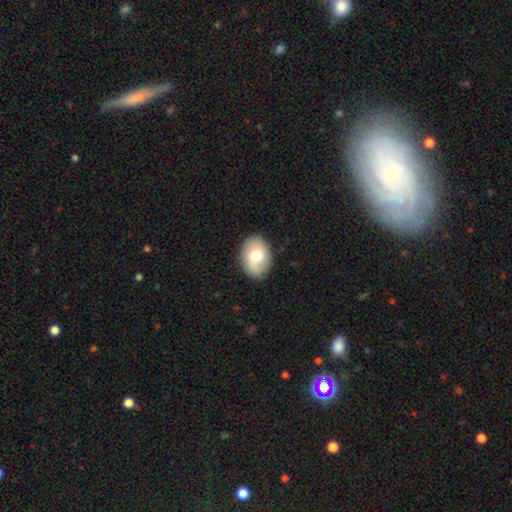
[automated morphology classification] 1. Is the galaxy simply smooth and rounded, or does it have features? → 69% smooth, 24% featured or disk, 7% star or artifact.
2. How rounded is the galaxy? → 74% in between, 25% round, 1% cigar-shaped.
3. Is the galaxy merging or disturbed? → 85% none, 11% minor disturbance, 3% major disturbance, 1% merger.